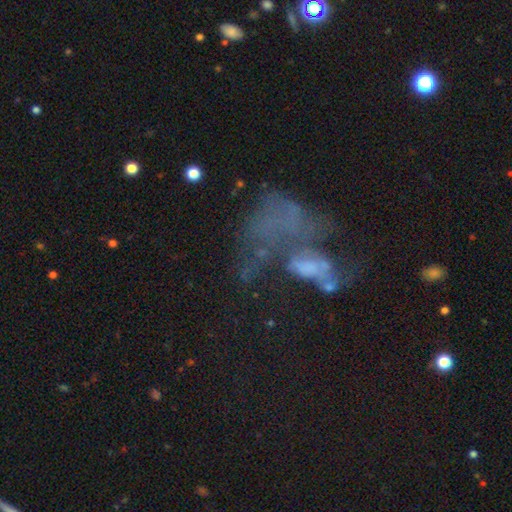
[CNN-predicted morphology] smooth_or_featured: featured or disk (p=0.49) [alt: star or artifact p=0.27]
merging: major disturbance (p=0.42) [alt: merger p=0.29]